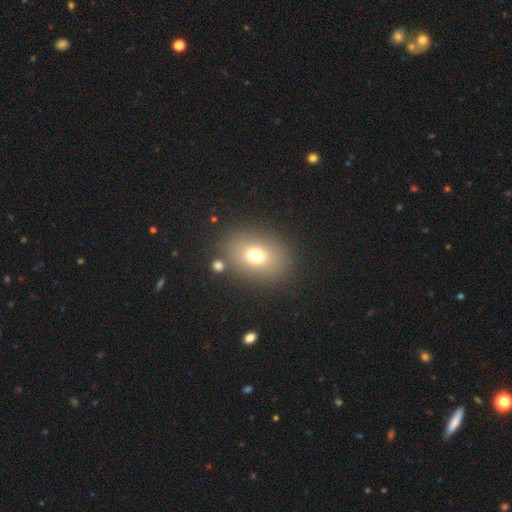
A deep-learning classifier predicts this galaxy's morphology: smooth-or-featured: smooth: 73% | star or artifact: 14% | featured or disk: 14%
  how-rounded: in between: 61% | round: 38% | cigar-shaped: 1%
  merging: none: 81% | minor disturbance: 9% | merger: 5% | major disturbance: 4%